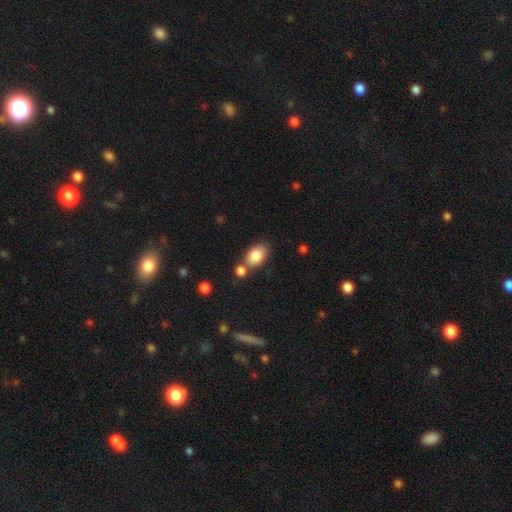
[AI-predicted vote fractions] Smooth or featured: smooth — 83% (featured or disk — 9%)
How rounded: in between — 88% (round — 10%)
Merging: none — 60% (merger — 24%)